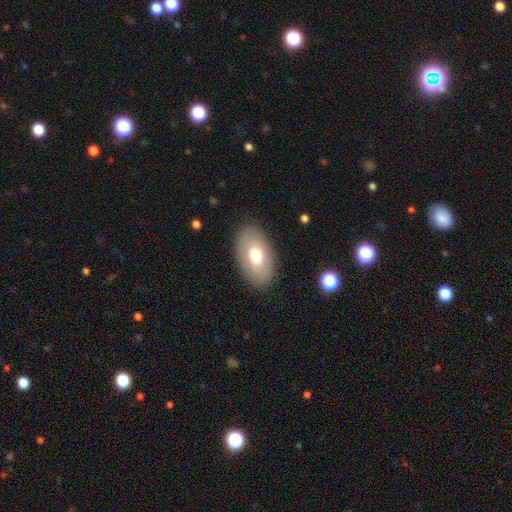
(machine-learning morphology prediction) smooth 70%, featured or disk 23%, star or artifact 7%. Down the decision tree: how rounded — in between (93%); merging — none (87%).